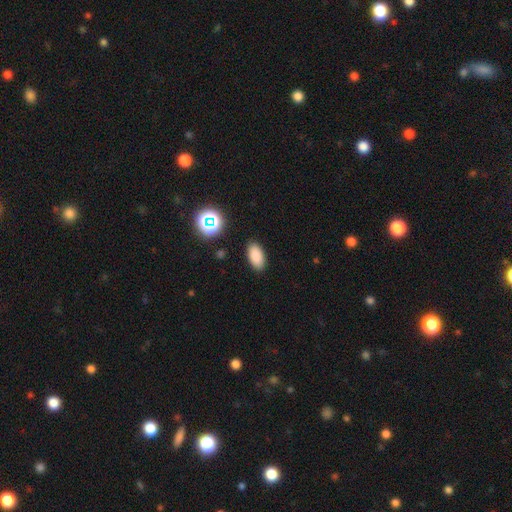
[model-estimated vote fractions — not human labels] Morphology: type=smooth (85%); roundness=in between (93%); merging=none (88%).